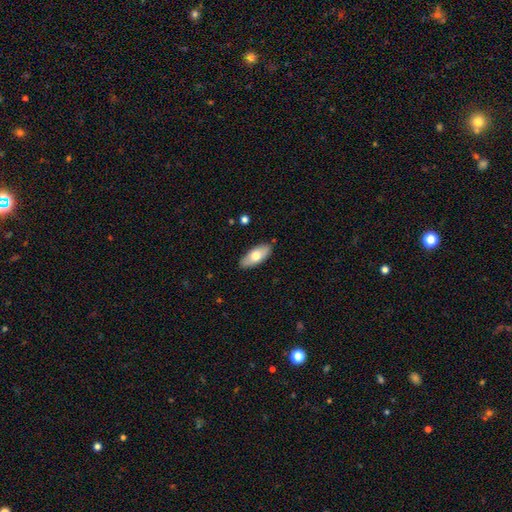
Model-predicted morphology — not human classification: Smooth or featured: smooth — 70% (featured or disk — 24%)
How rounded: in between — 85% (cigar-shaped — 13%)
Merging: none — 87% (minor disturbance — 10%)